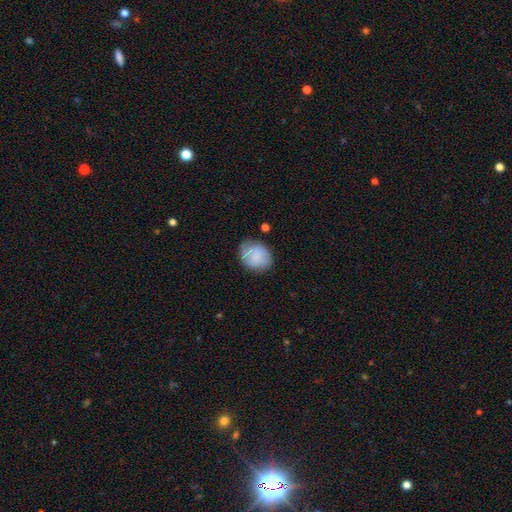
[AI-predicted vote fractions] The model was most divided on "how rounded": round: 57%, in between: 42%, cigar-shaped: 1%. More confident: smooth or featured — smooth (76%); merging — none (67%).